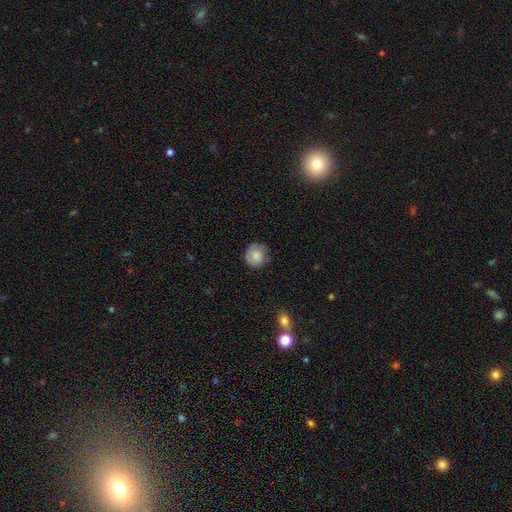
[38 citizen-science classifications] A smooth galaxy with no disk features (87%) that is round (97%).

Vote fractions:
- Smooth or featured? smooth: 87% / featured or disk: 8% / star or artifact: 5%
- How rounded? round: 97% / in between: 3% / cigar-shaped: 0%
- Merging? none: 78% / minor disturbance: 14% / major disturbance: 8% / merger: 0%